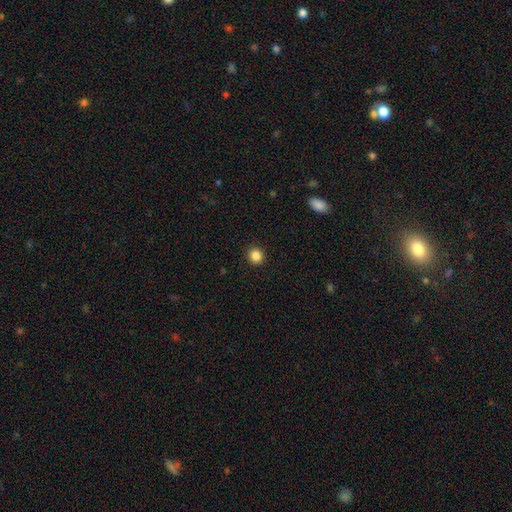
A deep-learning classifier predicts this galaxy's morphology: Overall: smooth (86%). How rounded: round (88%). Merging: none (92%).